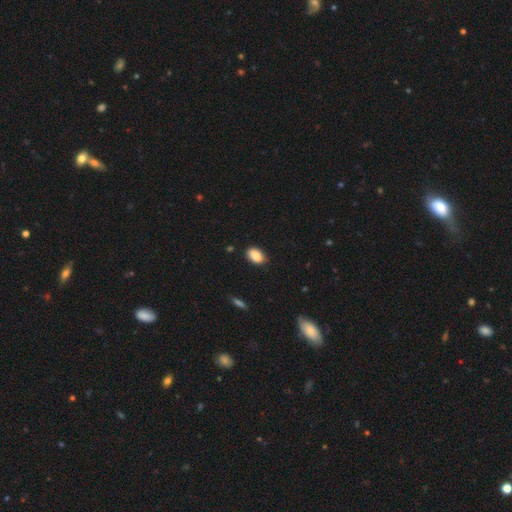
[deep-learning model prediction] This is clearly a smooth galaxy (88%). How rounded: clearly in between (88%). Merging: clearly none (83%).